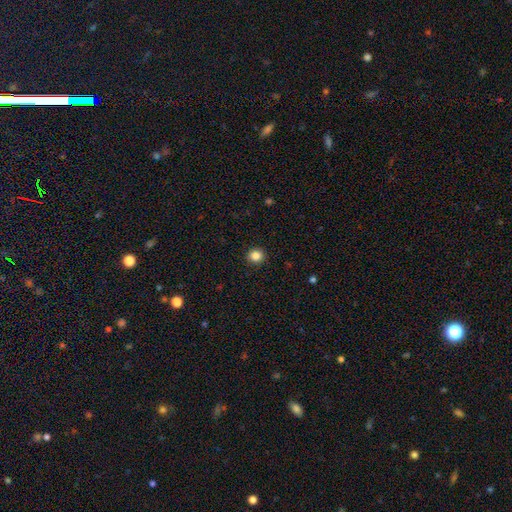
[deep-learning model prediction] Q: Smooth or featured?
A: smooth (85%); runner-up: star or artifact (11%)
Q: How rounded?
A: round (90%); runner-up: in between (9%)
Q: Merging?
A: none (92%); runner-up: minor disturbance (5%)